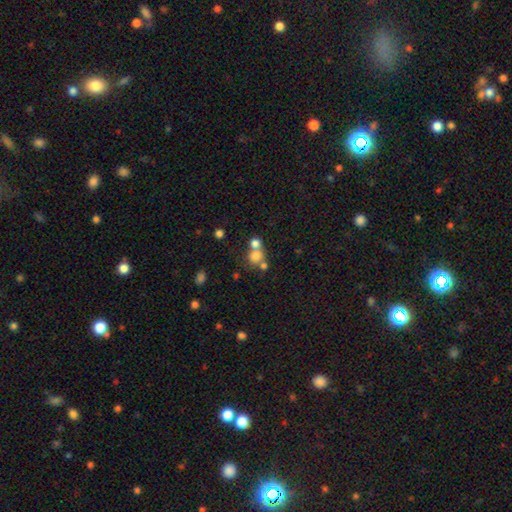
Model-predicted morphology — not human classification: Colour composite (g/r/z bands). It shows a smooth galaxy with no disk features (73%) that is round (79%). Merging: merger (48%).